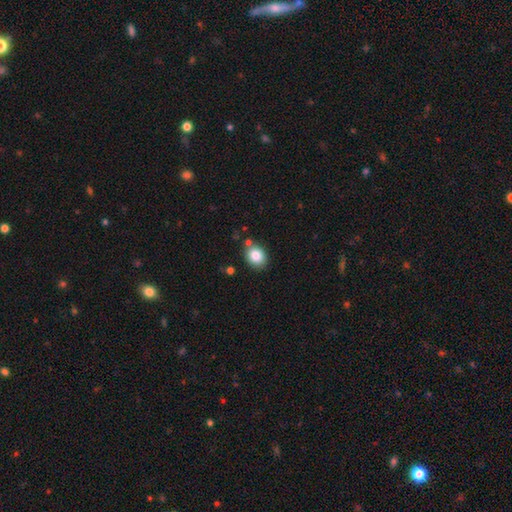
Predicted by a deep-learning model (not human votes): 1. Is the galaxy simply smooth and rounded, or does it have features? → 84% smooth, 9% star or artifact, 7% featured or disk.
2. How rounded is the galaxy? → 56% round, 43% in between, 1% cigar-shaped.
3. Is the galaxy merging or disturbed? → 79% none, 12% minor disturbance, 7% merger, 3% major disturbance.